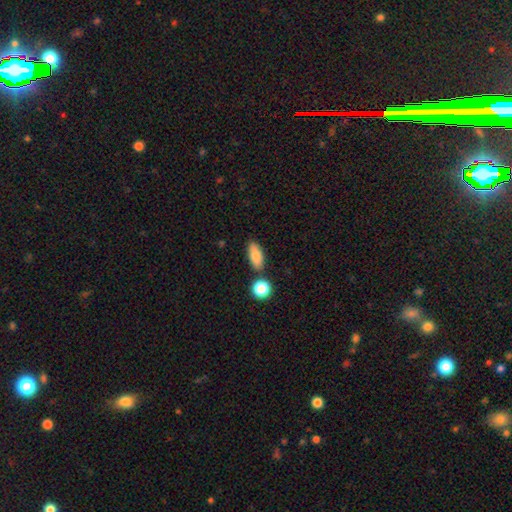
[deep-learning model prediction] This is clearly a smooth galaxy (82%). How rounded: clearly in between (82%). Merging: likely none (78%).